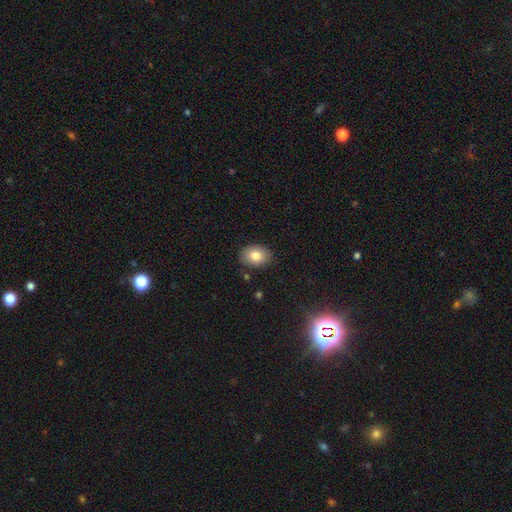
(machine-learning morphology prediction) Smooth or featured? smooth (81%)
How rounded? in between (70%)
Merging? none (86%)